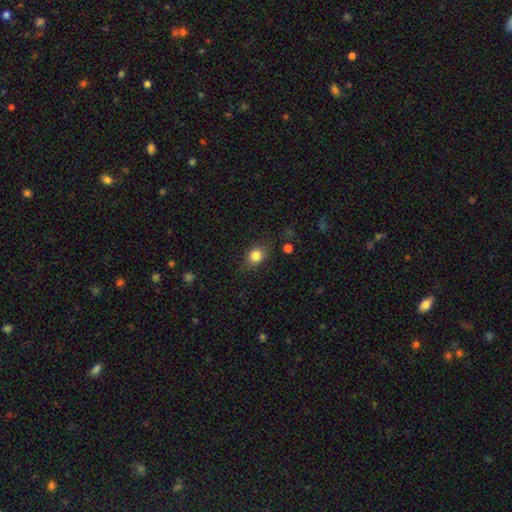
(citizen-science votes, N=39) Smooth or featured? smooth (87%)
How rounded? round (53%)
Merging? none (87%)